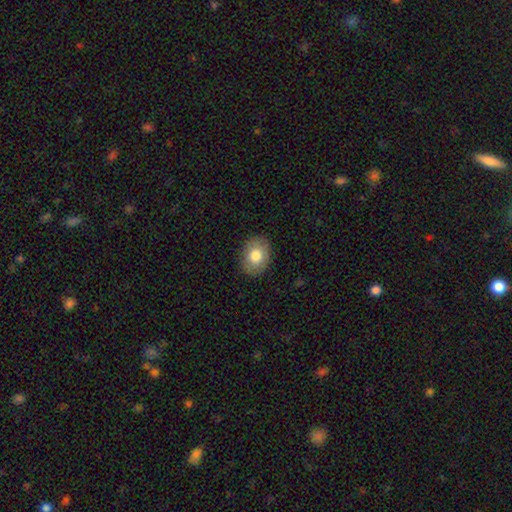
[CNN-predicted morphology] smooth-or-featured: smooth: 79% | featured or disk: 13% | star or artifact: 8%
  how-rounded: in between: 62% | round: 37% | cigar-shaped: 1%
  merging: none: 87% | minor disturbance: 10% | major disturbance: 3% | merger: 1%